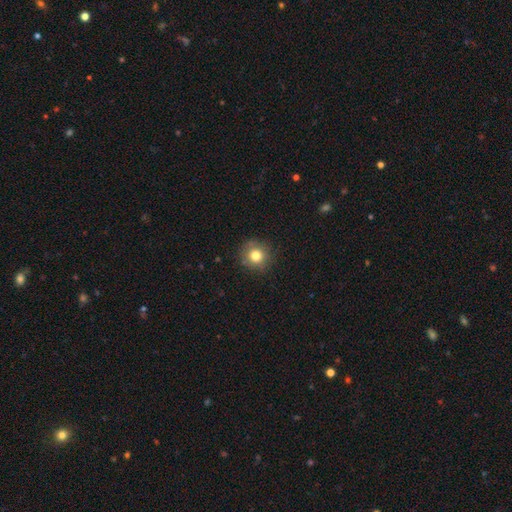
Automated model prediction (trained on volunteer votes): smooth-or-featured: smooth: 80% | star or artifact: 12% | featured or disk: 9%
  how-rounded: round: 92% | in between: 7% | cigar-shaped: 1%
  merging: none: 86% | minor disturbance: 10% | major disturbance: 3% | merger: 1%